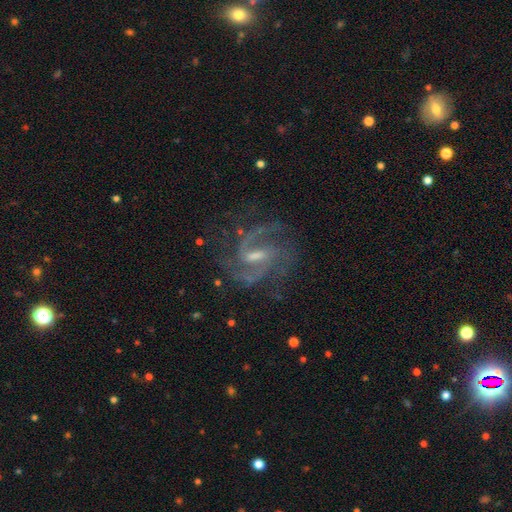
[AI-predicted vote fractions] A featured or disk galaxy (91%) with a weak bar (57%), 2 (66%) medium (61%) spiral arms (98%) and a small central bulge (42%).

Vote fractions:
- Smooth or featured? featured or disk: 91% / star or artifact: 5% / smooth: 4%
- Edge-on disk? no: 98% / yes: 2%
- Bar? weak: 57% / strong: 30% / no: 12%
- Spiral arms? yes: 98% / no: 2%
- Spiral winding? medium: 61% / tight: 21% / loose: 17%
- Spiral arm count? 2: 66% / 3: 18% / can't tell: 6% / 4: 4% / 1: 3% / more than 4: 3%
- Bulge size? small: 42% / moderate: 40% / none: 13% / large: 4% / dominant: 1%
- Merging? none: 69% / minor disturbance: 17% / major disturbance: 12% / merger: 2%